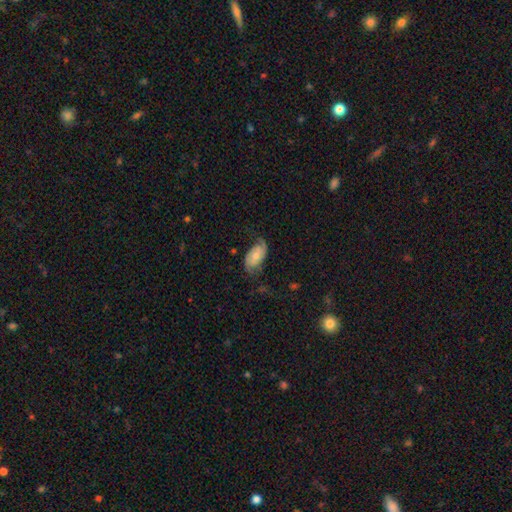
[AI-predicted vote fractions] smooth-or-featured: featured or disk: 65% | smooth: 28% | star or artifact: 7%
  disk-edge-on: no: 95% | yes: 5%
    bar: no: 61% | weak: 31% | strong: 8%
    has-spiral-arms: yes: 89% | no: 11%
      spiral-winding: medium: 37% | loose: 34% | tight: 28%
      spiral-arm-count: 2: 78% | can't tell: 11% | 1: 6% | 3: 2% | 4: 1% | more than 4: 1%
    bulge-size: moderate: 50% | small: 42% | large: 4% | none: 4% | dominant: 1%
  merging: none: 60% | minor disturbance: 23% | major disturbance: 15% | merger: 2%